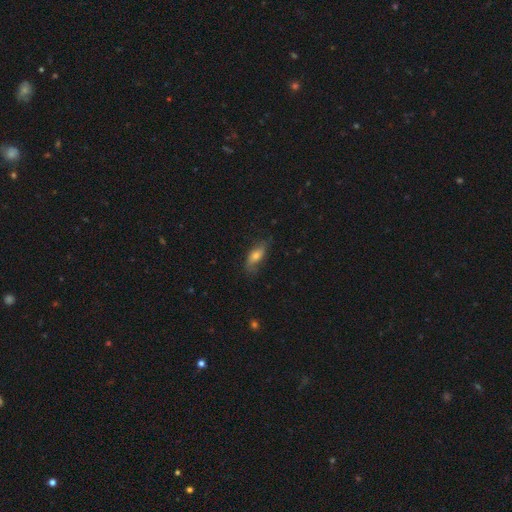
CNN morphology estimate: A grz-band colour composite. It shows a smooth galaxy with no disk features (56%) that is in between round and cigar-shaped (74%). Merging: none (65%).